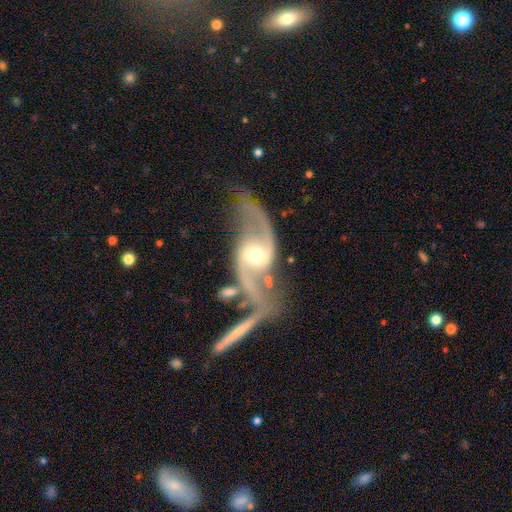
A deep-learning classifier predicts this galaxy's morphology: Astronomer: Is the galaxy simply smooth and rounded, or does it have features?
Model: featured or disk — 90%.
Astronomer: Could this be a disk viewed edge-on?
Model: no — 96%.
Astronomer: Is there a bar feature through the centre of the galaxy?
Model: no — 45% (runner-up: weak, 36%).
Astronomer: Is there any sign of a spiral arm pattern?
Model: yes — 96%.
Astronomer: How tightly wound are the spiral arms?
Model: loose — 74%.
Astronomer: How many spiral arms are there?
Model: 2 — 94%.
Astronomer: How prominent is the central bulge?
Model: moderate — 57% (runner-up: small, 36%).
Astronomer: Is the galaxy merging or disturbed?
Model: none — 54%.